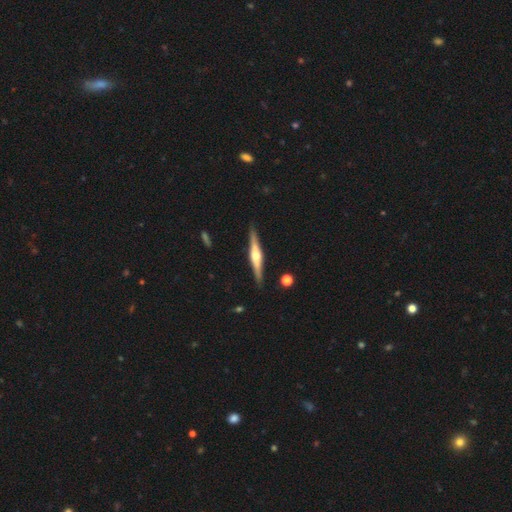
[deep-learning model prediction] This appears to be a featured or disk galaxy (76%) viewed edge-on (98%) with a rounded central bulge (89%). Merging: none (90%).